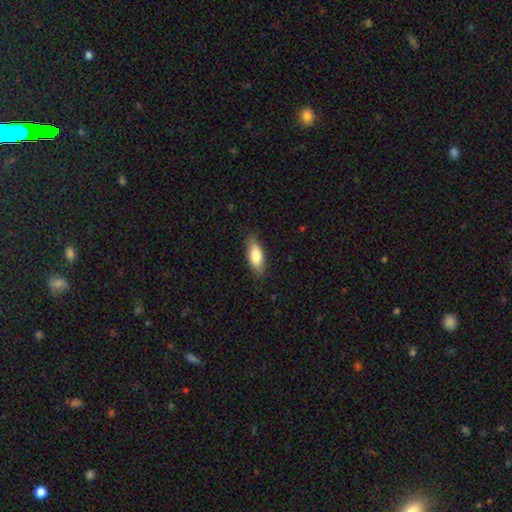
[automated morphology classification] Smooth or featured? Predicted: smooth (p=0.79). How rounded? Predicted: in between (p=0.79). Merging? Predicted: none (p=0.84).